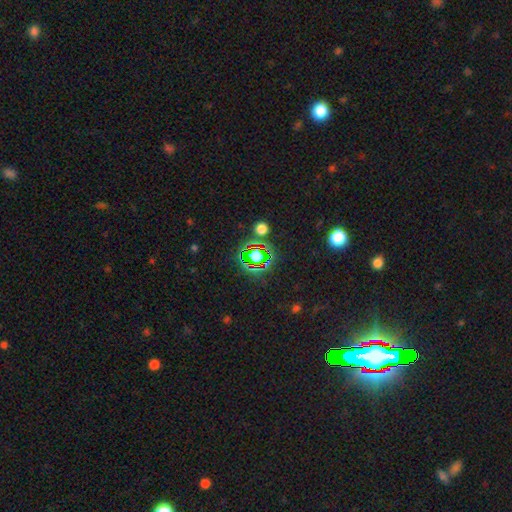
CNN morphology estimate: Smooth or featured?
  - star or artifact: 70% *
  - smooth: 20%
  - featured or disk: 11%